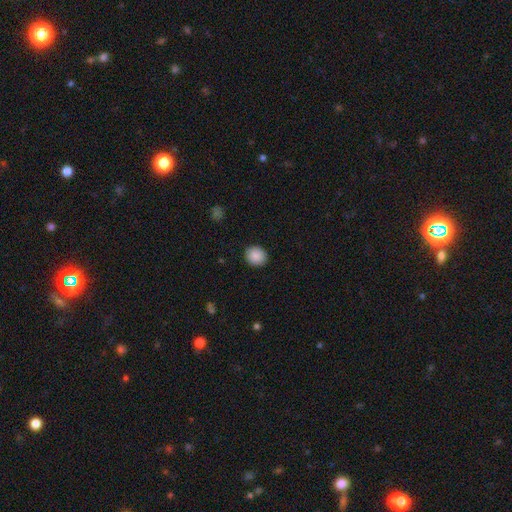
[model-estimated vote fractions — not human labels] A smooth galaxy with no disk features (88%) that is round (79%). Merging: none (91%).